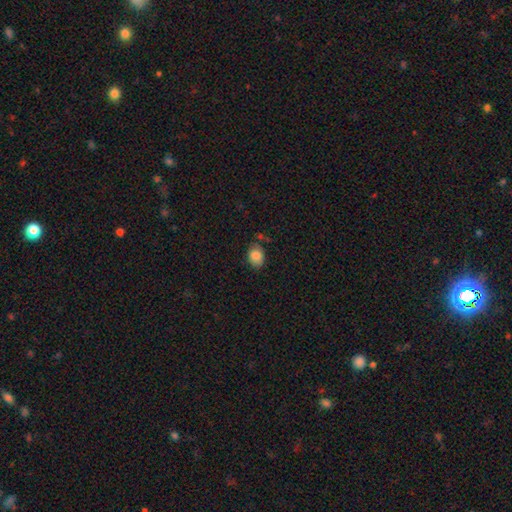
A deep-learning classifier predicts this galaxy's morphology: A smooth galaxy with no disk features (85%) that is in between round and cigar-shaped (68%). Merging: none (70%).